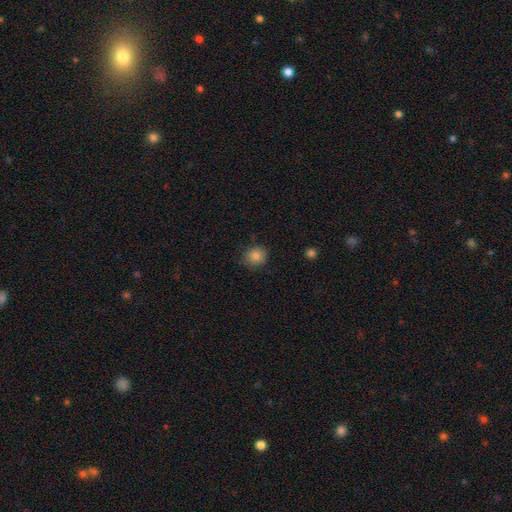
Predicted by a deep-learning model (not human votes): This appears to be a smooth galaxy with no disk features (84%) that is round (80%). Merging: none (83%).